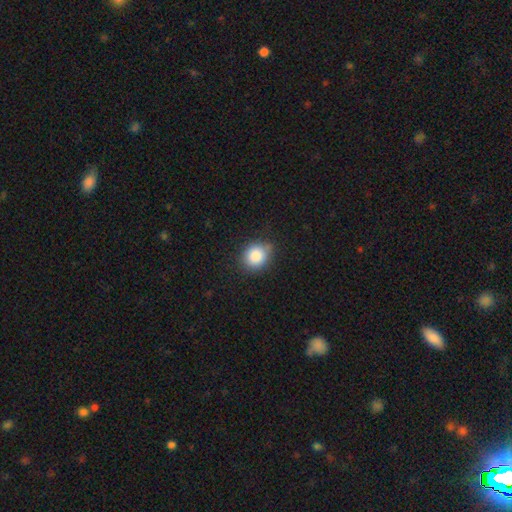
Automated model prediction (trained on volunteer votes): Overall: smooth (86%). How rounded: round (74%). Merging: none (76%).